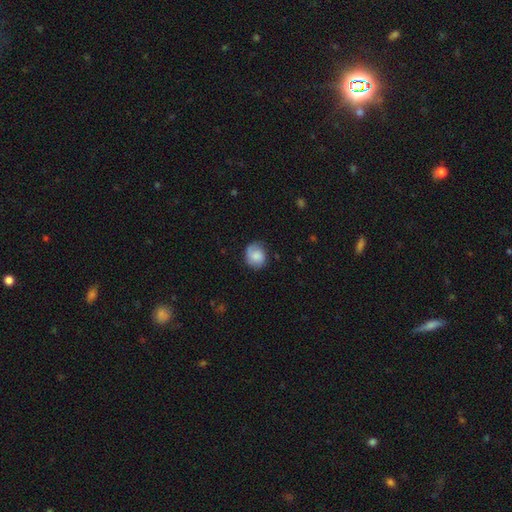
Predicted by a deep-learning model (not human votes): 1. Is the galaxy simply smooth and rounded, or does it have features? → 72% smooth, 20% featured or disk, 8% star or artifact.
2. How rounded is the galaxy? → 72% round, 27% in between, 1% cigar-shaped.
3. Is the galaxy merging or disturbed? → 71% none, 22% minor disturbance, 6% major disturbance, 1% merger.